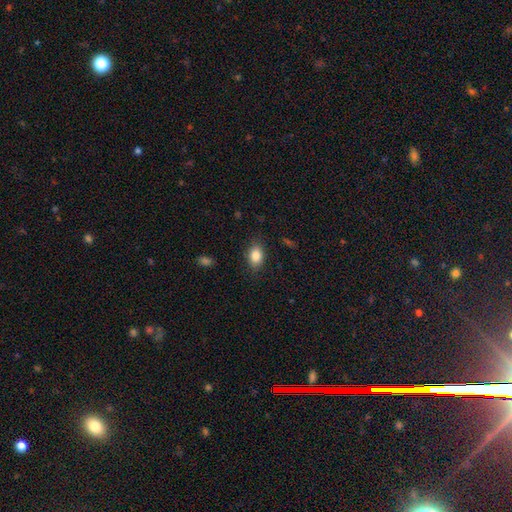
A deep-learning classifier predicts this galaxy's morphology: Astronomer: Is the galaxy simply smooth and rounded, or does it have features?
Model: smooth — 85%.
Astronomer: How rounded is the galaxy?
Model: in between — 81%.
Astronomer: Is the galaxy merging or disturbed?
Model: none — 83%.